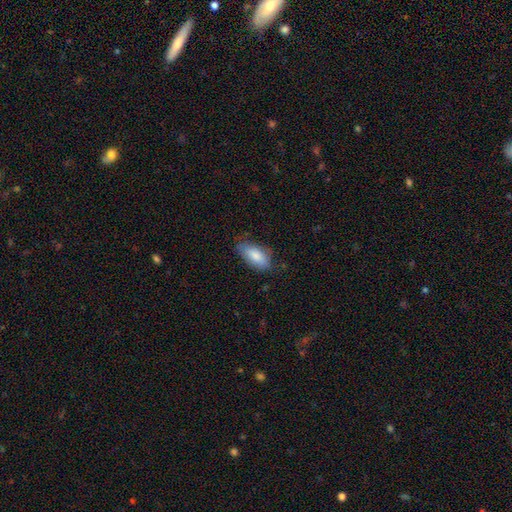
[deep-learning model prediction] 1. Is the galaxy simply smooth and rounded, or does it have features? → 83% smooth, 11% featured or disk, 6% star or artifact.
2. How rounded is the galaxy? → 88% in between, 10% cigar-shaped, 2% round.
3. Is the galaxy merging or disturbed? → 71% none, 23% minor disturbance, 5% major disturbance, 1% merger.